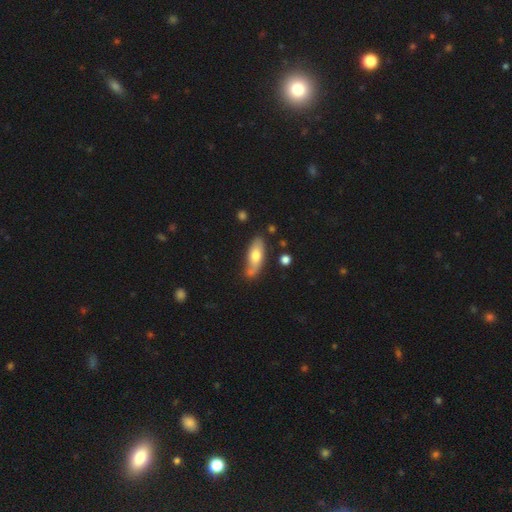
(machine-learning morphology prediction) A smooth galaxy with no disk features (65%) that is in between round and cigar-shaped (65%). Merging: none (66%).